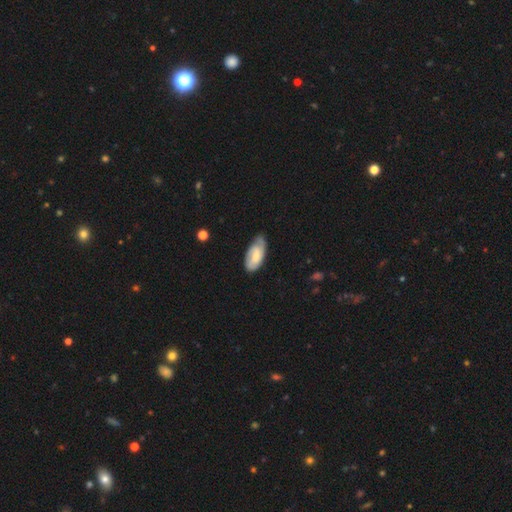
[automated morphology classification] smooth 49%, featured or disk 46%, star or artifact 6%. Down the decision tree: merging — none (57%).